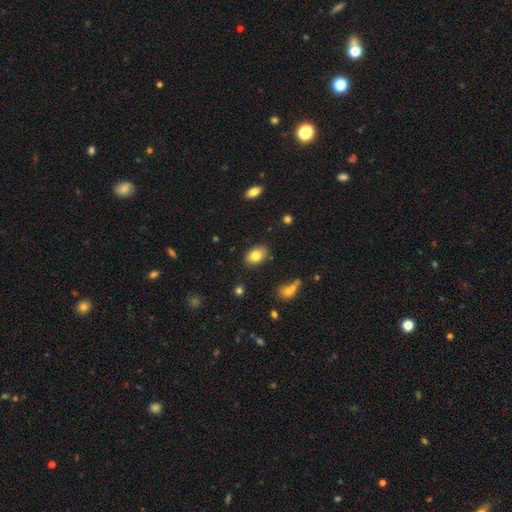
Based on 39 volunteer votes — Smooth or featured? smooth (77%)
How rounded? in between (100%)
Merging? none (83%)